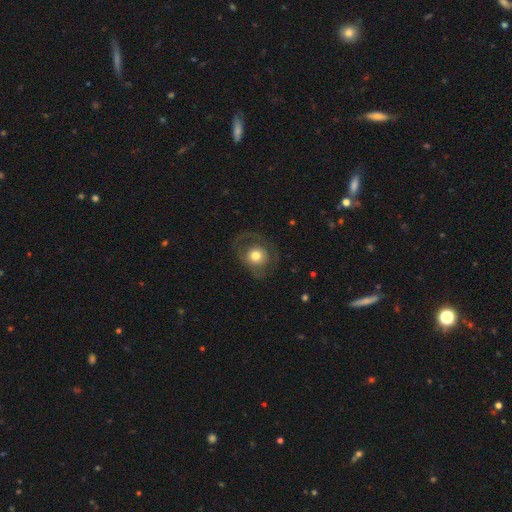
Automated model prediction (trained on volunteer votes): Smooth or featured? smooth (55%)
How rounded? round (75%)
Merging? none (63%)